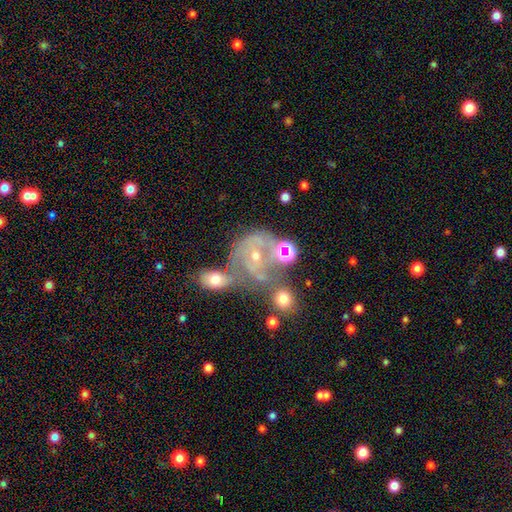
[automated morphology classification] This is likely a featured or disk galaxy (62%). It is clearly not viewed edge-on (97%). Bar: likely no (72%). Spiral arm pattern: likely yes (67%). Central bulge: likely small (62%). Merging: marginally merger (40%).